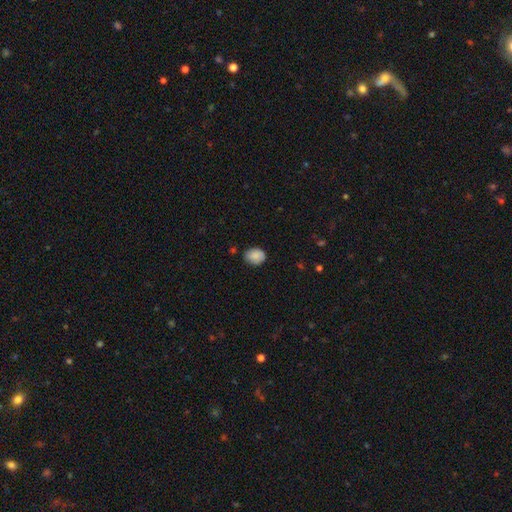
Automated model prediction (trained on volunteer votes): smooth 84%, featured or disk 8%, star or artifact 8%. Down the decision tree: how rounded — in between (51%); merging — none (75%).